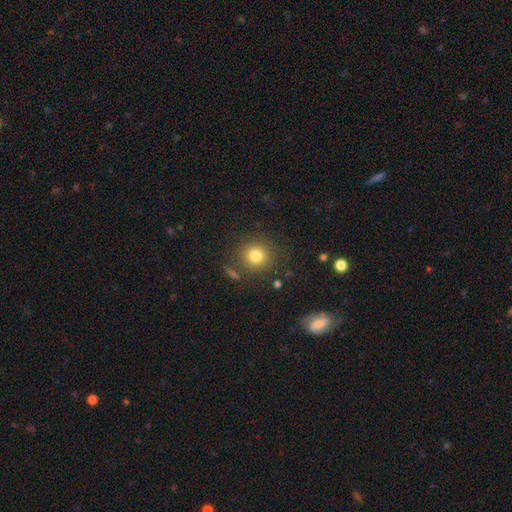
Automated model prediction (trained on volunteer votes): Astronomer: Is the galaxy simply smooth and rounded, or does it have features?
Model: smooth — 80%.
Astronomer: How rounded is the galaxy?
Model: round — 89%.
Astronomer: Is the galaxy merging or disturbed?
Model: none — 84%.